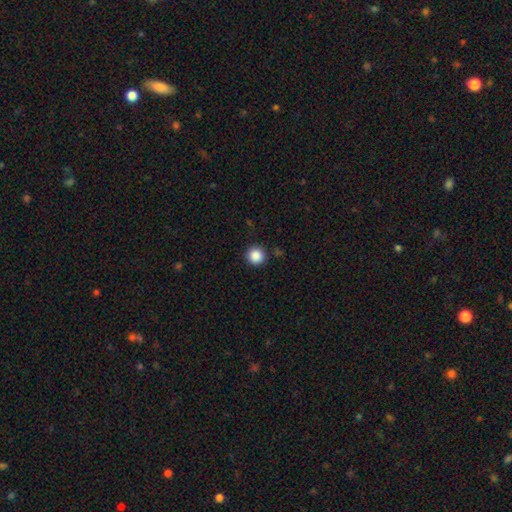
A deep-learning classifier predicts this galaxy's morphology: A smooth galaxy with no disk features (87%) that is round (95%).

Vote fractions:
- Smooth or featured? smooth: 87% / star or artifact: 10% / featured or disk: 3%
- How rounded? round: 95% / in between: 4% / cigar-shaped: 1%
- Merging? none: 91% / minor disturbance: 6% / major disturbance: 2% / merger: 1%